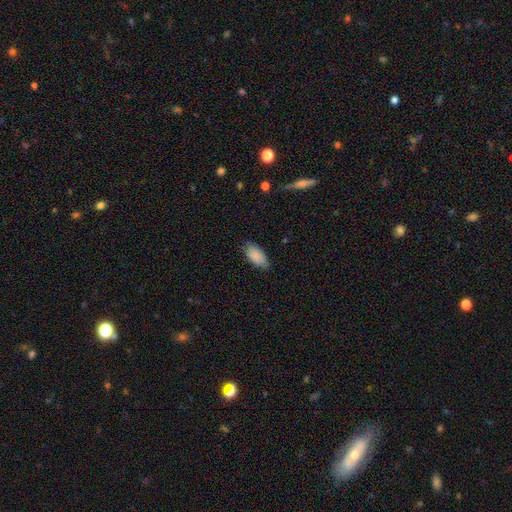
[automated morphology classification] Overall: smooth (87%). How rounded: in between (93%). Merging: none (74%).